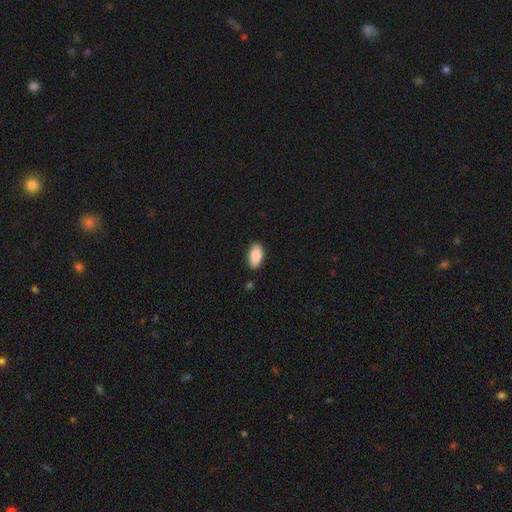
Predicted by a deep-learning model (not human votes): Smooth or featured: smooth — 88% (star or artifact — 7%)
How rounded: in between — 94% (round — 3%)
Merging: none — 88% (minor disturbance — 9%)